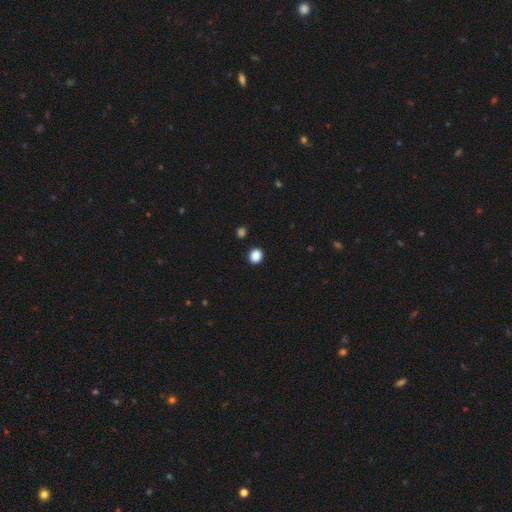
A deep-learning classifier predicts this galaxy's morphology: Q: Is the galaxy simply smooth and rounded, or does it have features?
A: smooth — 88%.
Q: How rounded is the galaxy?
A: round — 73%.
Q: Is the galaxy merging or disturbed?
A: none — 90%.